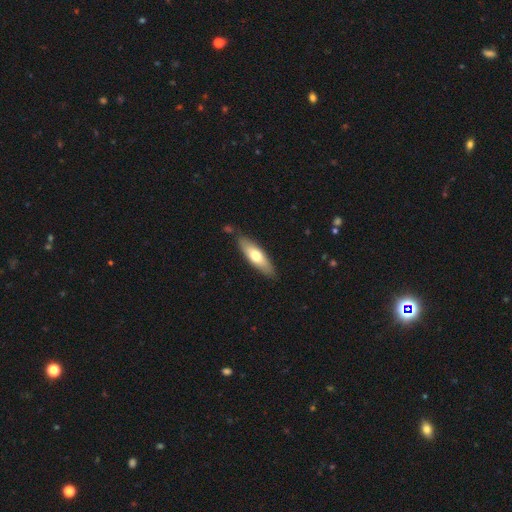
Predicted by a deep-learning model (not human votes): Smooth or featured? Predicted: smooth (p=0.61). How rounded? Predicted: cigar-shaped (p=0.50). Merging? Predicted: none (p=0.83).